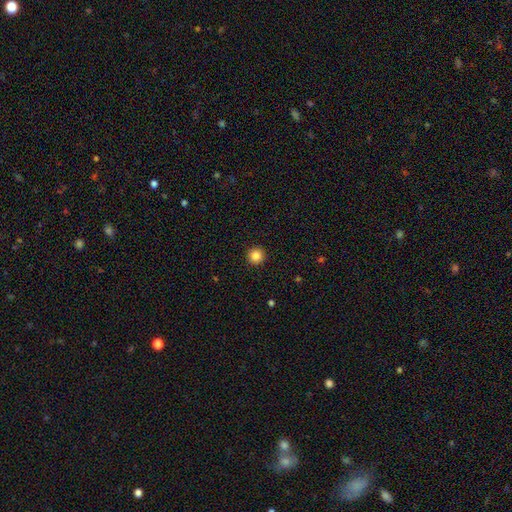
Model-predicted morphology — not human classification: Smooth or featured? smooth (86%)
How rounded? round (96%)
Merging? none (93%)